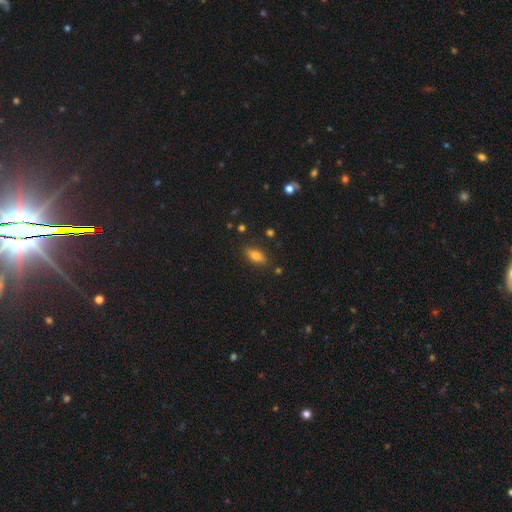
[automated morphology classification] A smooth galaxy with no disk features (72%) that is in between round and cigar-shaped (78%).

Vote fractions:
- Smooth or featured? smooth: 72% / featured or disk: 19% / star or artifact: 9%
- How rounded? in between: 78% / cigar-shaped: 18% / round: 4%
- Merging? none: 84% / minor disturbance: 11% / major disturbance: 2% / merger: 2%